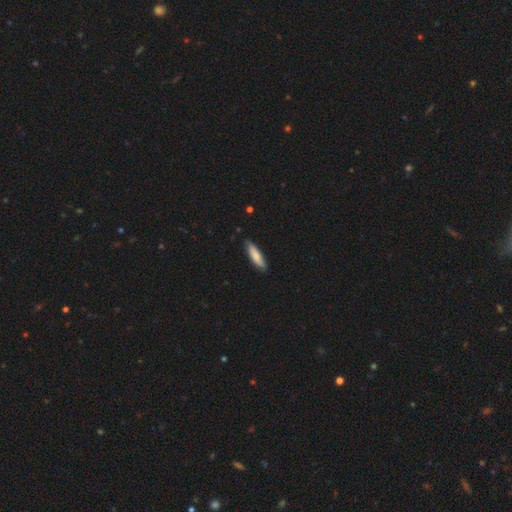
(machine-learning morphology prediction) A smooth galaxy with no disk features (77%) that is cigar-shaped (69%).

Vote fractions:
- Smooth or featured? smooth: 77% / featured or disk: 17% / star or artifact: 5%
- How rounded? cigar-shaped: 69% / in between: 29% / round: 1%
- Merging? none: 83% / minor disturbance: 14% / major disturbance: 2% / merger: 1%